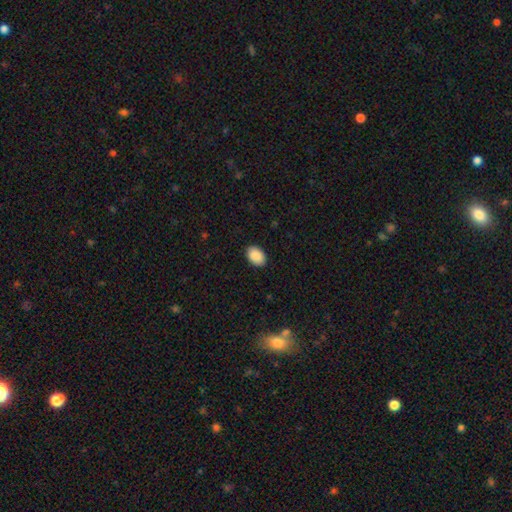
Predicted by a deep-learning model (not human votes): Overall: smooth (90%). How rounded: in between (84%). Merging: none (90%).